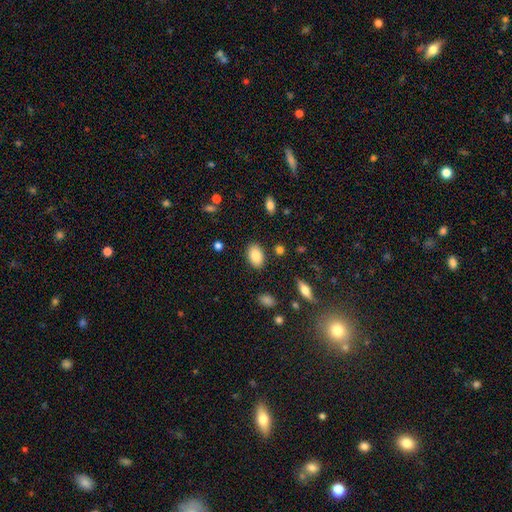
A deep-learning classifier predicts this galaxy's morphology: Smooth or featured: smooth — 85% (star or artifact — 8%)
How rounded: in between — 90% (round — 9%)
Merging: none — 86% (minor disturbance — 10%)